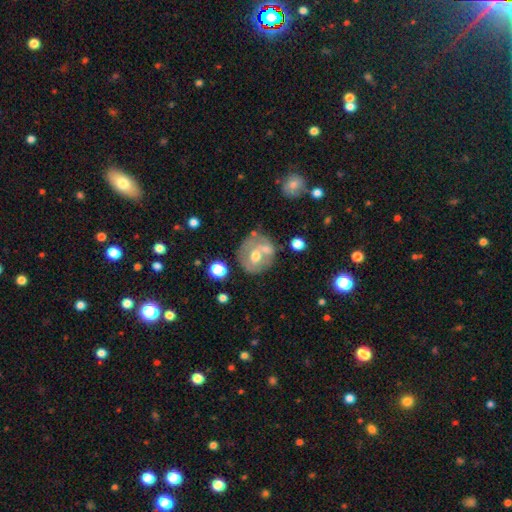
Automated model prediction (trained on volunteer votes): This appears to be a featured or disk galaxy (49%). Merging: none (45%).